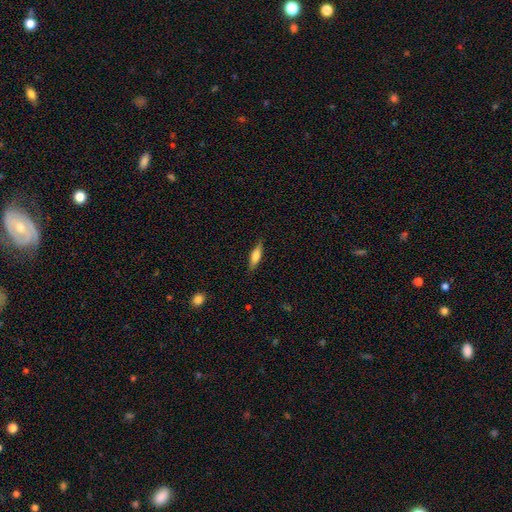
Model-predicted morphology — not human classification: Smooth or featured? smooth (66%)
How rounded? cigar-shaped (57%)
Merging? none (85%)